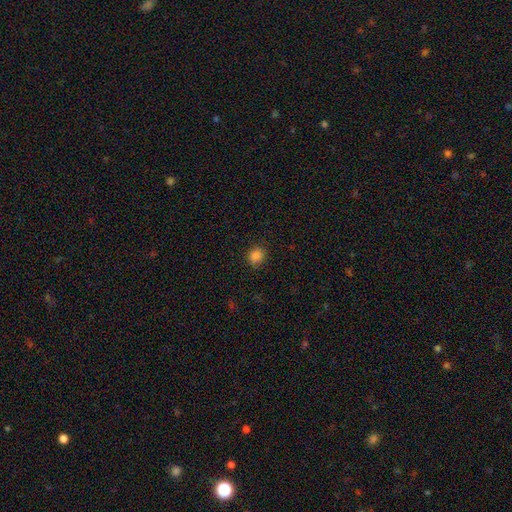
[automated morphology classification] smooth-or-featured: smooth: 84% | star or artifact: 12% | featured or disk: 3%
  how-rounded: round: 75% | in between: 24% | cigar-shaped: 1%
  merging: none: 85% | minor disturbance: 11% | major disturbance: 3% | merger: 1%